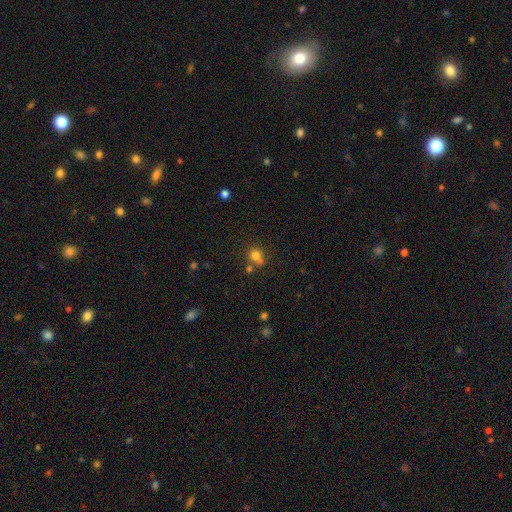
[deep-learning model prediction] A smooth galaxy with no disk features (73%) that is round (87%). Merging: none (53%).